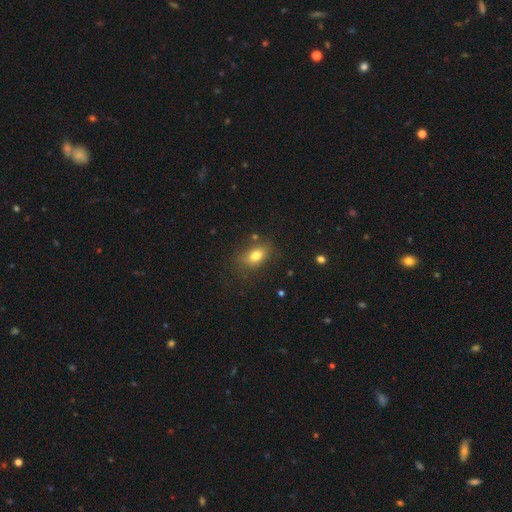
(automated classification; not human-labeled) Smooth or featured? Predicted: smooth (p=0.79). How rounded? Predicted: in between (p=0.82). Merging? Predicted: none (p=0.76).